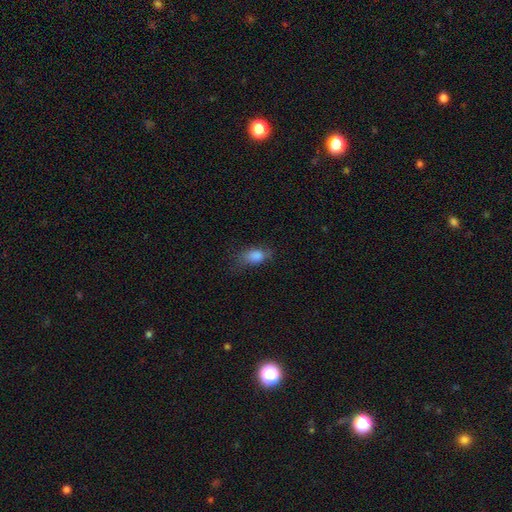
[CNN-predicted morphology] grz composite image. It shows a smooth galaxy with no disk features (82%) that is in between round and cigar-shaped (83%). Merging: none (57%).